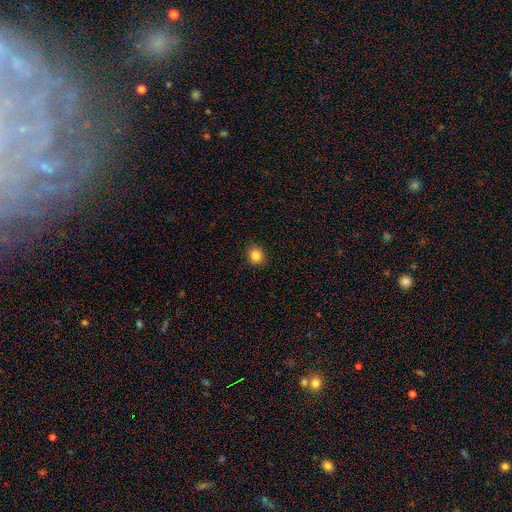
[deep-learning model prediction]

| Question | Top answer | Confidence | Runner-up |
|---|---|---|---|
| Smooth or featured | smooth | 85% | star or artifact (11%) |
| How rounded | round | 72% | in between (27%) |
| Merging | none | 86% | minor disturbance (11%) |